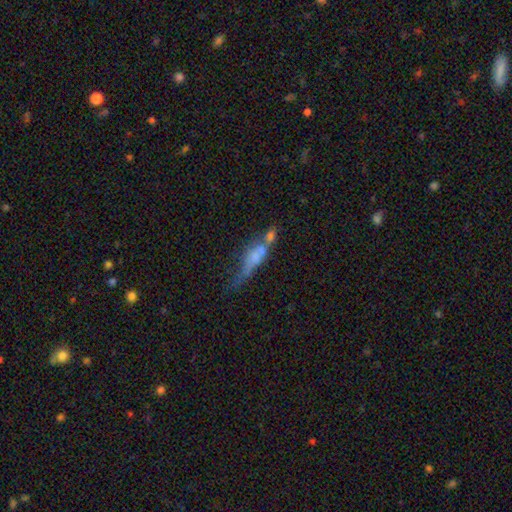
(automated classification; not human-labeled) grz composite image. It shows a featured or disk galaxy (47%). Merging: merger (40%).